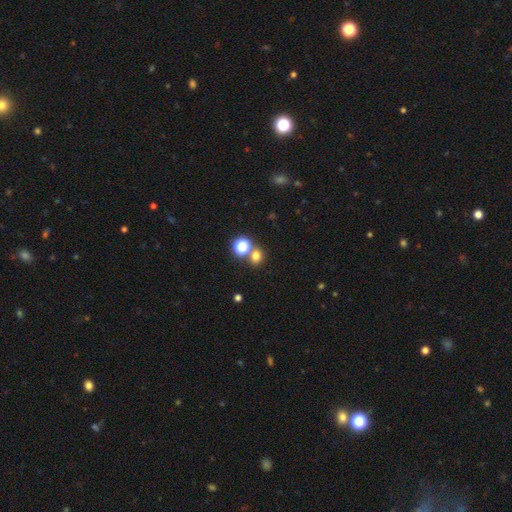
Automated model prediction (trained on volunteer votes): Q: Smooth or featured?
A: smooth (72%); runner-up: star or artifact (21%)
Q: How rounded?
A: round (68%); runner-up: in between (31%)
Q: Merging?
A: none (64%); runner-up: merger (24%)